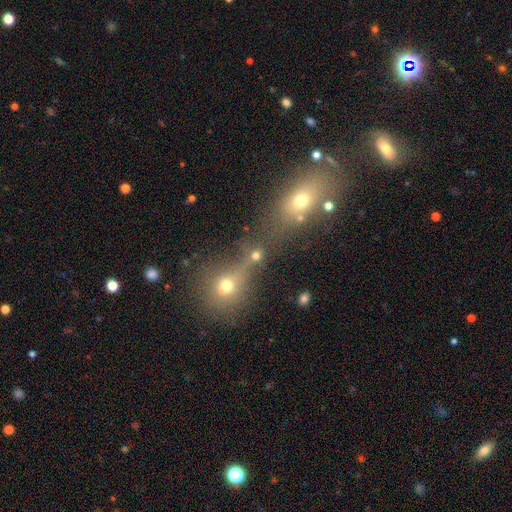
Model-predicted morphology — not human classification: smooth_or_featured: smooth (p=0.60) [alt: star or artifact p=0.26]
how_rounded: round (p=0.72) [alt: in between p=0.23]
merging: merger (p=0.46) [alt: none p=0.38]